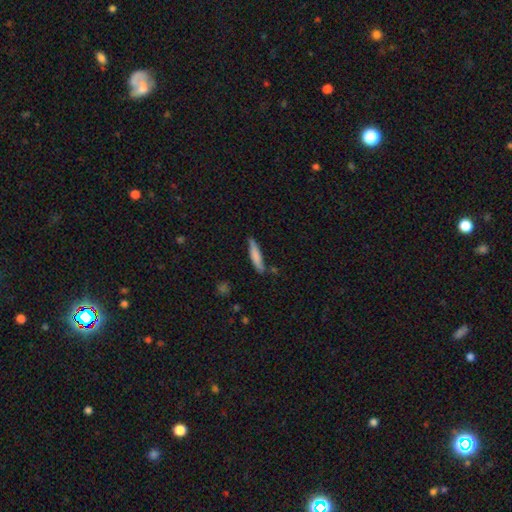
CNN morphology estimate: The model was most divided on "merging": none: 74%, minor disturbance: 19%, merger: 4%, major disturbance: 3%. More confident: how rounded — cigar-shaped (85%); smooth or featured — smooth (76%).